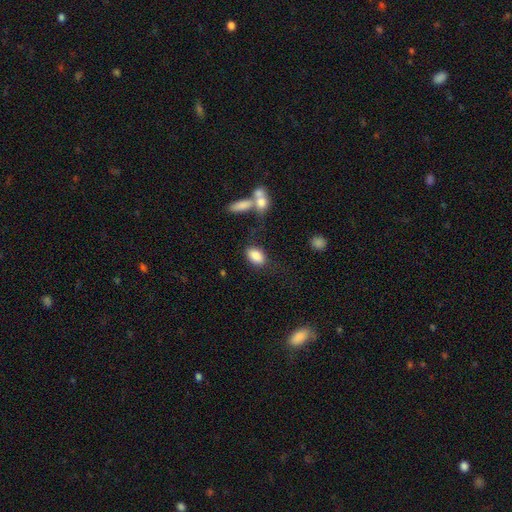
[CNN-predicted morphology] Smooth or featured: smooth — 85% (star or artifact — 8%)
How rounded: in between — 89% (round — 9%)
Merging: none — 72% (minor disturbance — 14%)